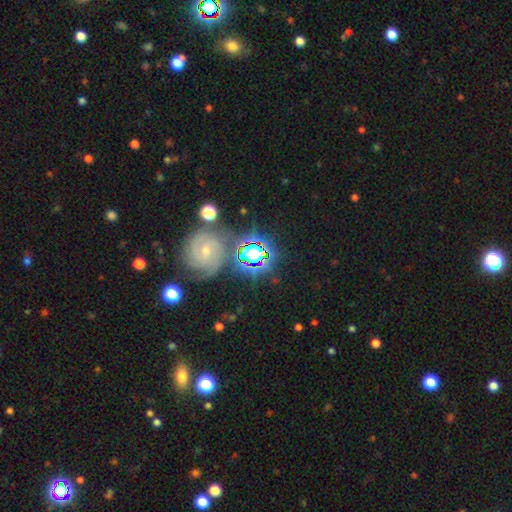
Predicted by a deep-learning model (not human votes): Overall: star or artifact (47%; featured or disk 35%).